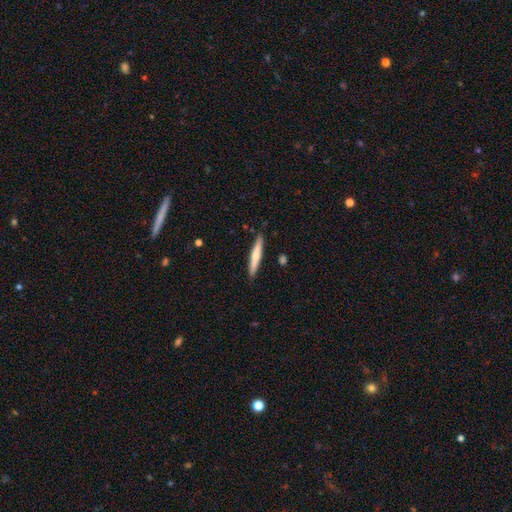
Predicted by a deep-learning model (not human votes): smooth_or_featured: smooth (p=0.55) [alt: featured or disk p=0.40]
how_rounded: cigar-shaped (p=0.93) [alt: in between p=0.06]
merging: none (p=0.89) [alt: minor disturbance p=0.08]